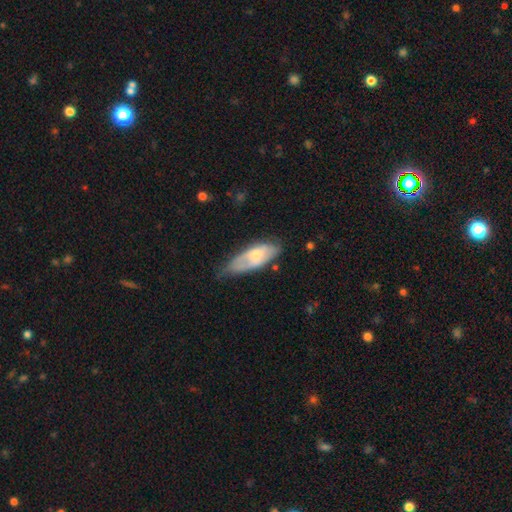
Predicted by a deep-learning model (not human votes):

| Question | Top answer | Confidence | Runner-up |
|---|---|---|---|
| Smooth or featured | smooth | 54% | featured or disk (40%) |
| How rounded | in between | 77% | cigar-shaped (21%) |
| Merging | none | 43% | minor disturbance (41%) |